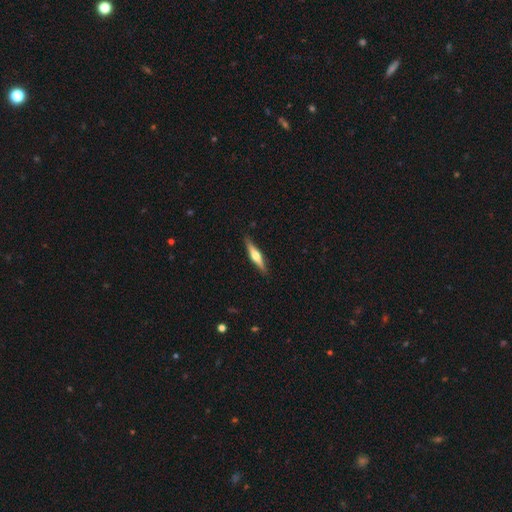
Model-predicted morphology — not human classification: smooth-or-featured: featured or disk: 60% | smooth: 34% | star or artifact: 5%
  disk-edge-on: yes: 97% | no: 3%
    edge-on-bulge: rounded: 92% | boxy: 5% | none: 4%
  merging: none: 89% | minor disturbance: 8% | major disturbance: 2% | merger: 1%